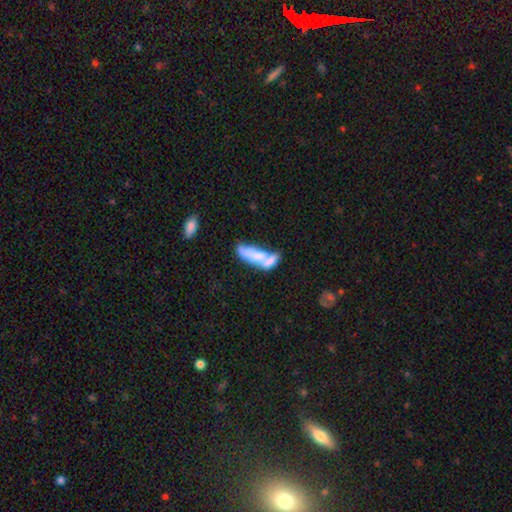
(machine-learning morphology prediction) This appears to be a smooth galaxy with no disk features (60%) that is in between round and cigar-shaped (56%). Merging: merger (57%).